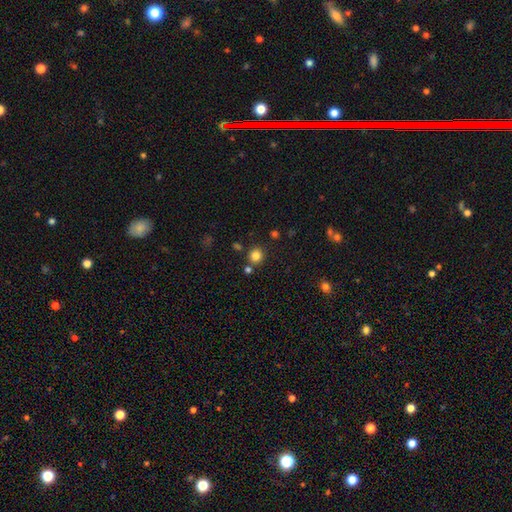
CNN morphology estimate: smooth_or_featured: smooth (p=0.82) [alt: star or artifact p=0.13]
how_rounded: round (p=0.91) [alt: in between p=0.08]
merging: none (p=0.83) [alt: minor disturbance p=0.07]